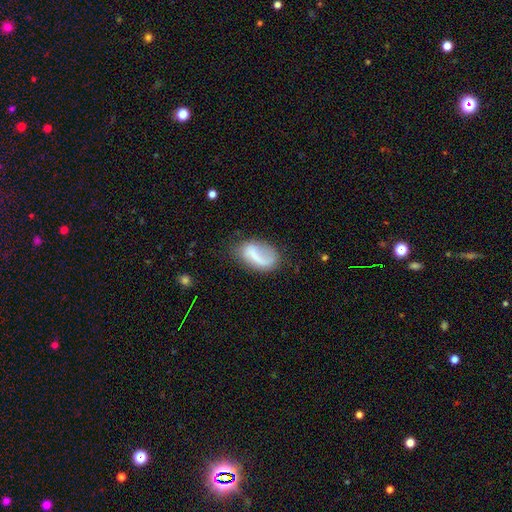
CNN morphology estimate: type=smooth (53%); roundness=in between (87%); merging=none (49%).